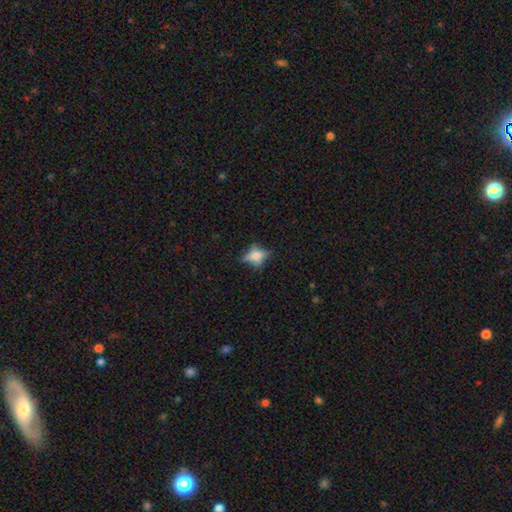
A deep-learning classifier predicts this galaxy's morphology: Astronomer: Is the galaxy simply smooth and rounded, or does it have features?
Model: smooth — 48% (runner-up: featured or disk, 35%).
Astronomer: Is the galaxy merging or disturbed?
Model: none — 67%.